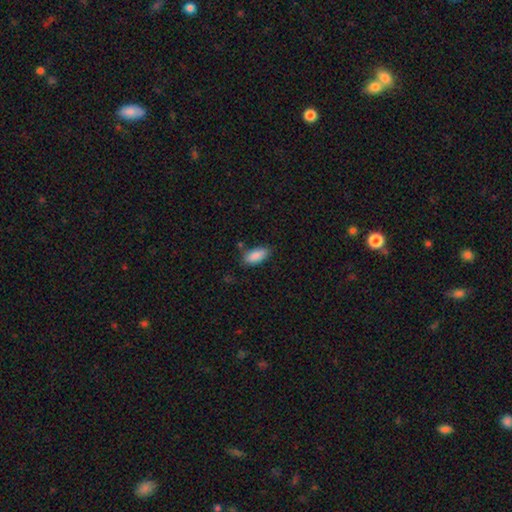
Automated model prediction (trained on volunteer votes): This appears to be a smooth galaxy with no disk features (88%) that is in between round and cigar-shaped (87%). Merging: none (76%).